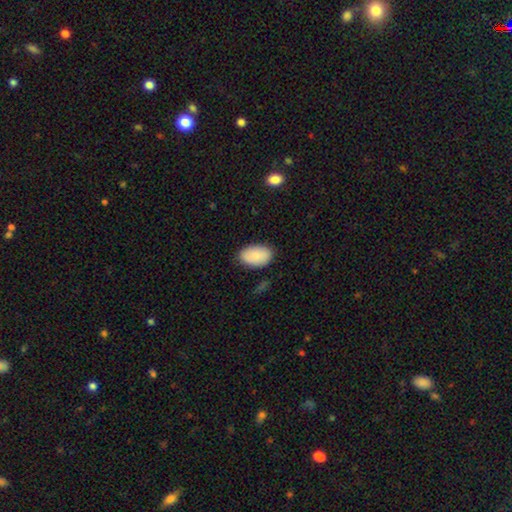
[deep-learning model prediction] Smooth or featured? Predicted: smooth (p=0.84). How rounded? Predicted: in between (p=0.93). Merging? Predicted: none (p=0.83).